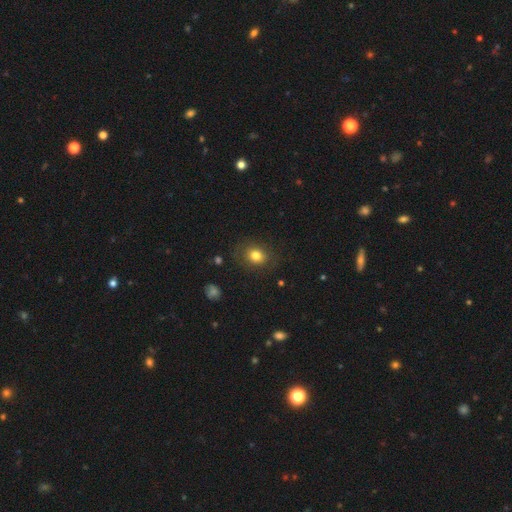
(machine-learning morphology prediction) smooth_or_featured: smooth (p=0.79) [alt: star or artifact p=0.11]
how_rounded: round (p=0.57) [alt: in between p=0.42]
merging: none (p=0.78) [alt: minor disturbance p=0.14]